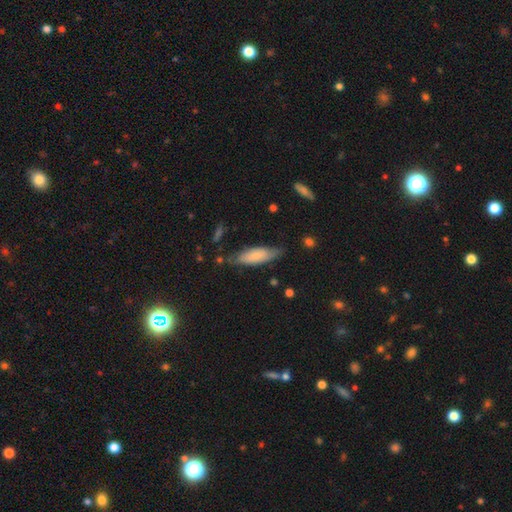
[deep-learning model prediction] Smooth or featured? Predicted: smooth (p=0.68). How rounded? Predicted: in between (p=0.56). Merging? Predicted: none (p=0.68).